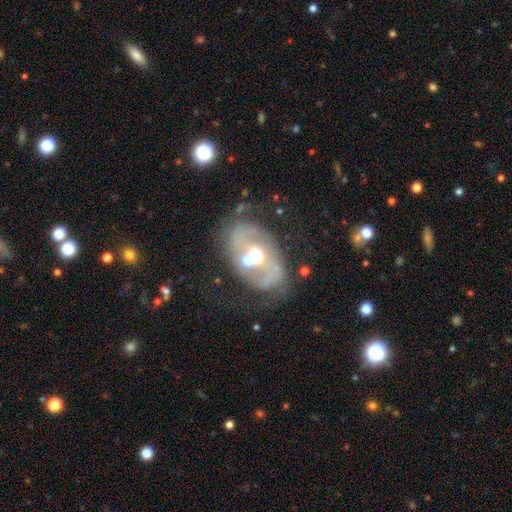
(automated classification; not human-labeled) Smooth or featured? Predicted: featured or disk (p=0.75). Edge-on disk? Predicted: no (p=0.96). Bar? Predicted: no (p=0.52). Spiral arms? Predicted: yes (p=0.68). Bulge size? Predicted: moderate (p=0.68). Merging? Predicted: none (p=0.55).